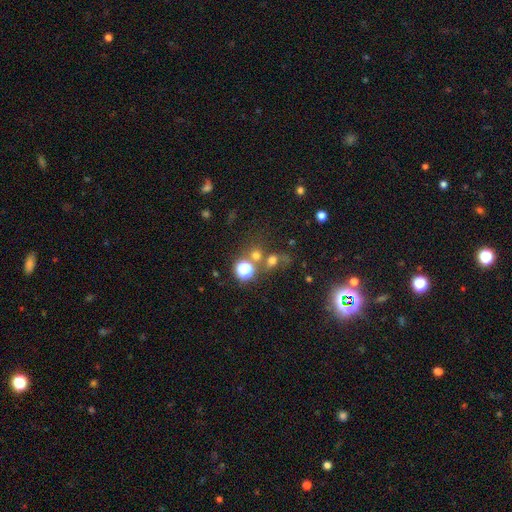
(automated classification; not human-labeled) This is possibly a smooth galaxy (60%). How rounded: clearly round (82%). Merging: possibly none (57%).